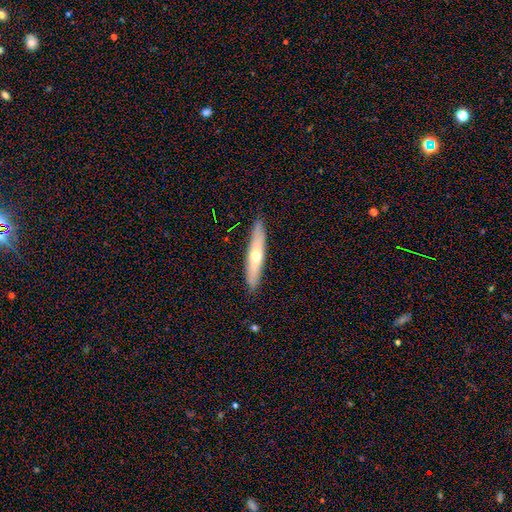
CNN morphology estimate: featured or disk 48%, smooth 46%, star or artifact 6%. Down the decision tree: merging — none (89%).